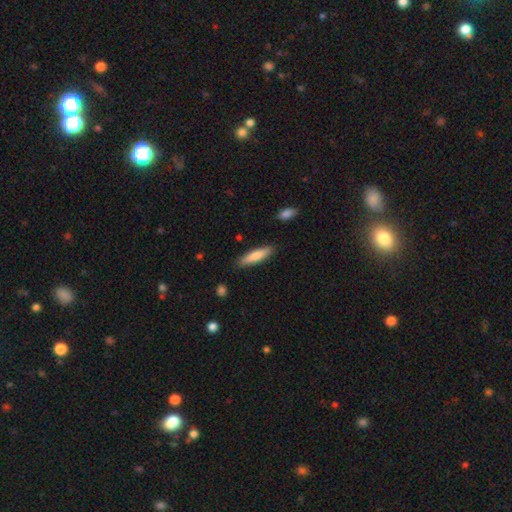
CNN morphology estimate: Overall: smooth (77%). How rounded: cigar-shaped (77%). Merging: none (87%).